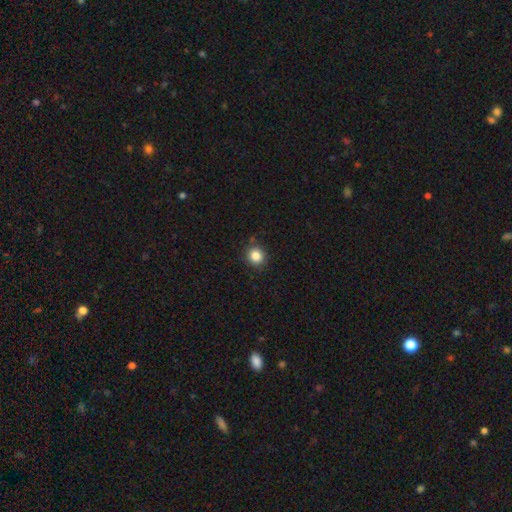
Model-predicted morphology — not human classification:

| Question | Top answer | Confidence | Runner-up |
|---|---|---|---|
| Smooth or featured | smooth | 85% | star or artifact (11%) |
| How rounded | round | 89% | in between (10%) |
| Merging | none | 87% | minor disturbance (9%) |